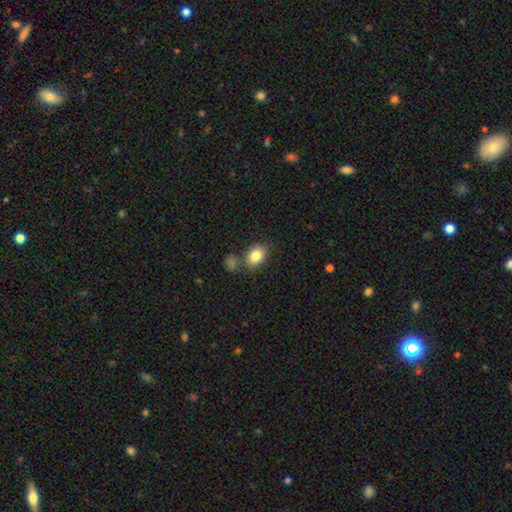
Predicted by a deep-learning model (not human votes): A smooth galaxy with no disk features (83%) that is in between round and cigar-shaped (69%).

Vote fractions:
- Smooth or featured? smooth: 83% / star or artifact: 9% / featured or disk: 8%
- How rounded? in between: 69% / round: 30% / cigar-shaped: 1%
- Merging? none: 68% / minor disturbance: 15% / merger: 13% / major disturbance: 4%